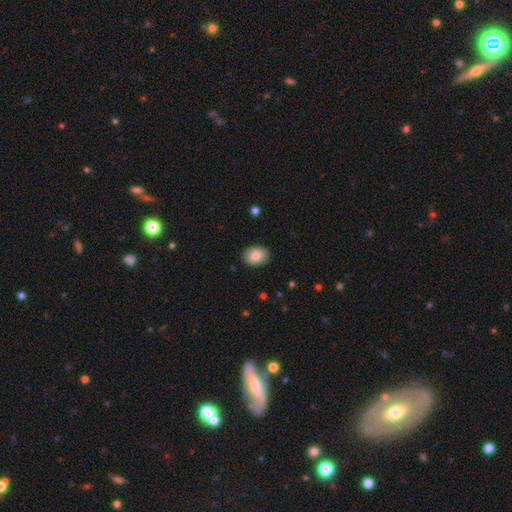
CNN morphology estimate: smooth_or_featured: smooth (p=0.85) [alt: featured or disk p=0.08]
how_rounded: in between (p=0.64) [alt: round p=0.35]
merging: none (p=0.88) [alt: minor disturbance p=0.09]